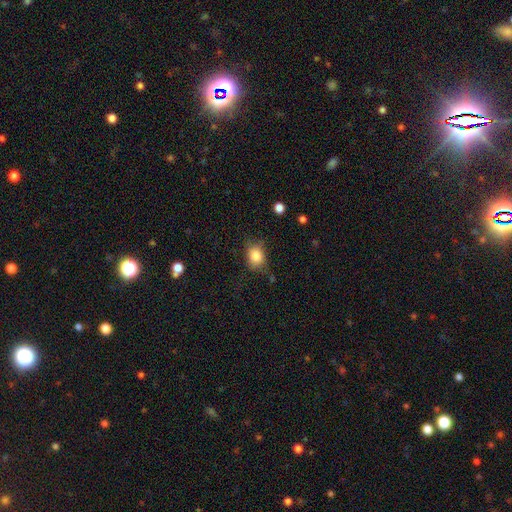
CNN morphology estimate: This is clearly a smooth galaxy (84%). How rounded: possibly round (53%). Merging: likely none (68%).